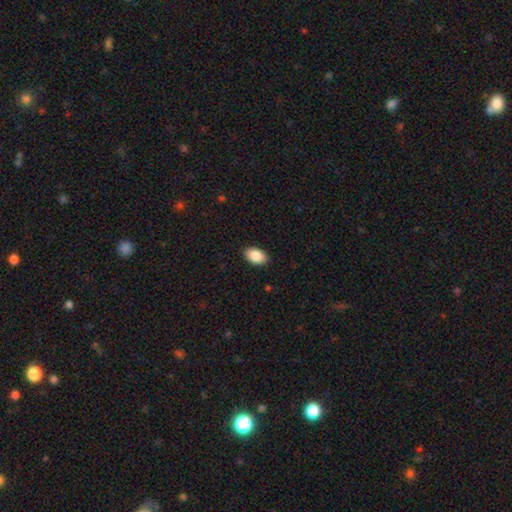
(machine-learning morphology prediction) Smooth or featured? smooth (89%)
How rounded? in between (92%)
Merging? none (90%)